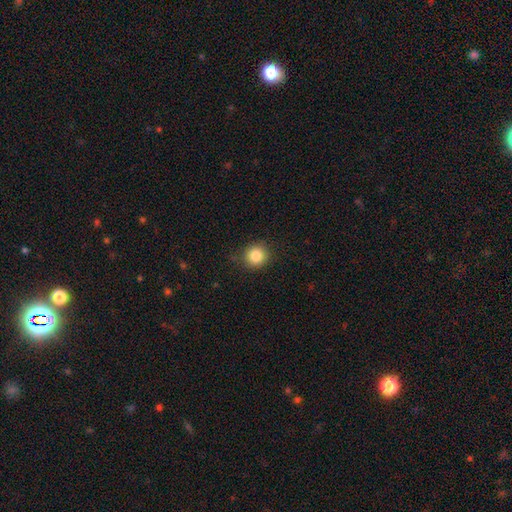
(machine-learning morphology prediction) The model was most divided on "merging": none: 85%, minor disturbance: 11%, major disturbance: 3%, merger: 1%. More confident: how rounded — round (89%); smooth or featured — smooth (85%).